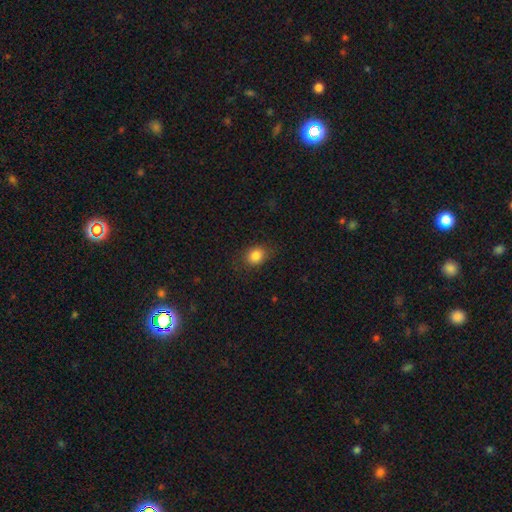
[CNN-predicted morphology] Smooth or featured?
  - smooth: 84% *
  - star or artifact: 10%
  - featured or disk: 5%
How rounded?
  - round: 58% *
  - in between: 41%
  - cigar-shaped: 1%
Merging?
  - none: 81% *
  - minor disturbance: 14%
  - major disturbance: 4%
  - merger: 1%